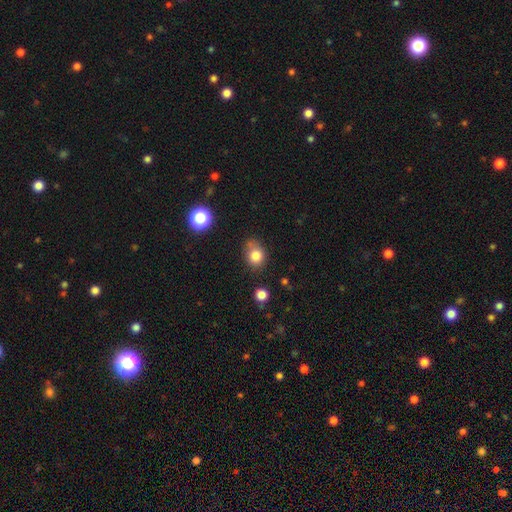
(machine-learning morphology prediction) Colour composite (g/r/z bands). It shows a smooth galaxy with no disk features (81%) that is round (57%). Merging: none (59%).